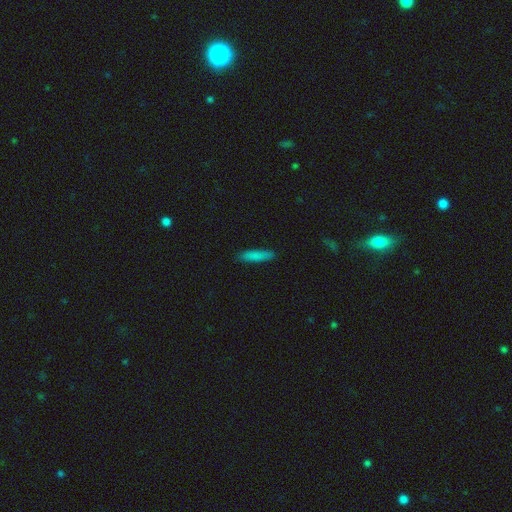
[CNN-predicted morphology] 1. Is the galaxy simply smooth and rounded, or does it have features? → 84% smooth, 9% featured or disk, 7% star or artifact.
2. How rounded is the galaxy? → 80% cigar-shaped, 19% in between, 2% round.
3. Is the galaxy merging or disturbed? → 88% none, 9% minor disturbance, 2% major disturbance, 1% merger.